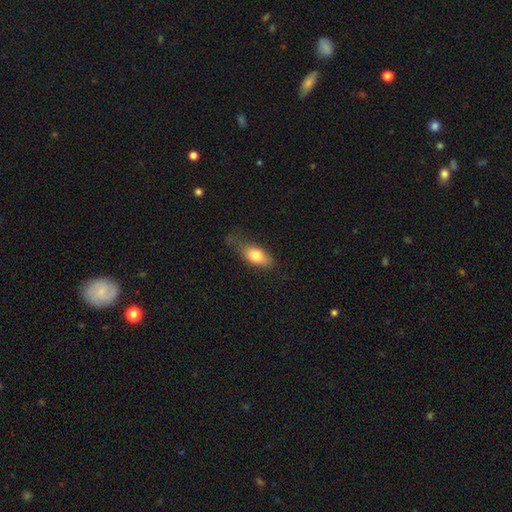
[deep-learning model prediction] Q: Smooth or featured?
A: smooth (78%); runner-up: featured or disk (15%)
Q: How rounded?
A: in between (85%); runner-up: cigar-shaped (9%)
Q: Merging?
A: none (53%); runner-up: minor disturbance (32%)